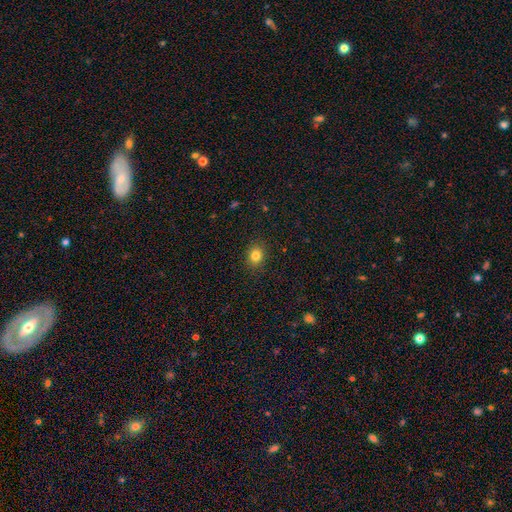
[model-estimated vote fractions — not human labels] The model was most divided on "how rounded": round: 63%, in between: 36%, cigar-shaped: 1%. More confident: merging — none (89%); smooth or featured — smooth (82%).